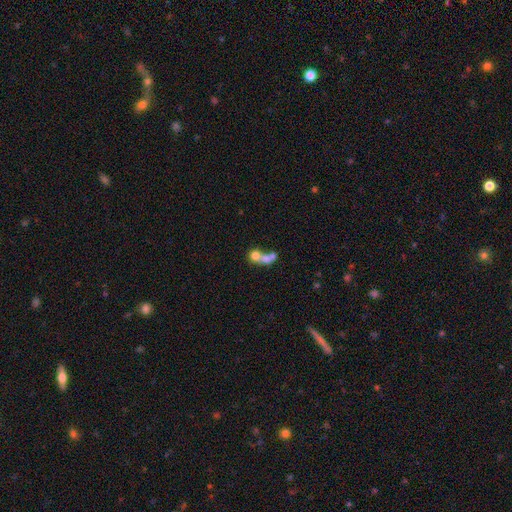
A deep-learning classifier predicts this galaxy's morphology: The model was most divided on "how rounded": round: 59%, in between: 36%, cigar-shaped: 4%. More confident: merging — merger (69%); smooth or featured — smooth (64%).